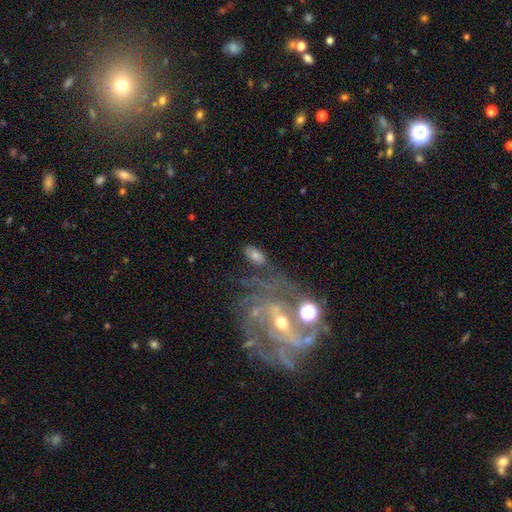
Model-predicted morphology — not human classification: smooth-or-featured: smooth: 59% | featured or disk: 30% | star or artifact: 11%
  how-rounded: in between: 90% | round: 7% | cigar-shaped: 4%
  merging: none: 62% | minor disturbance: 18% | major disturbance: 11% | merger: 9%